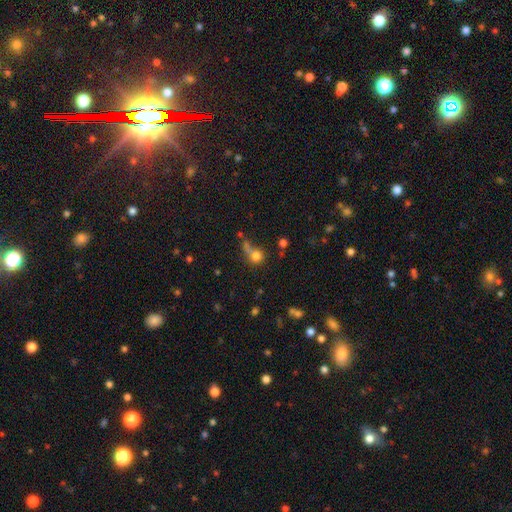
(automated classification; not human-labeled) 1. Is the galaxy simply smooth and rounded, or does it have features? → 73% smooth, 14% star or artifact, 13% featured or disk.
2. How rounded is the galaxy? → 75% round, 22% in between, 3% cigar-shaped.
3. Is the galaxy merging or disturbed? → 36% none, 28% merger, 21% major disturbance, 15% minor disturbance.